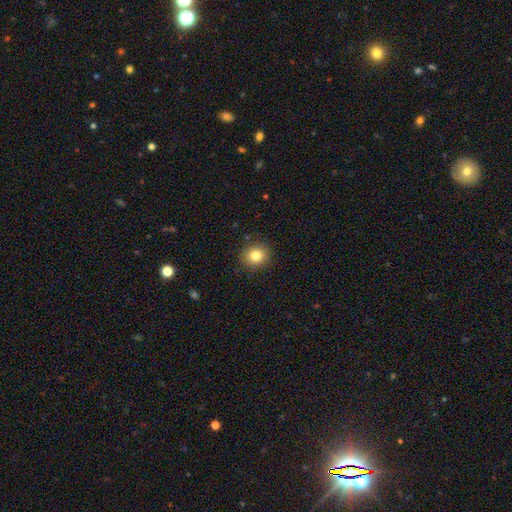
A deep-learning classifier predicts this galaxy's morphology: smooth 83%, star or artifact 10%, featured or disk 7%. Down the decision tree: how rounded — round (81%); merging — none (89%).